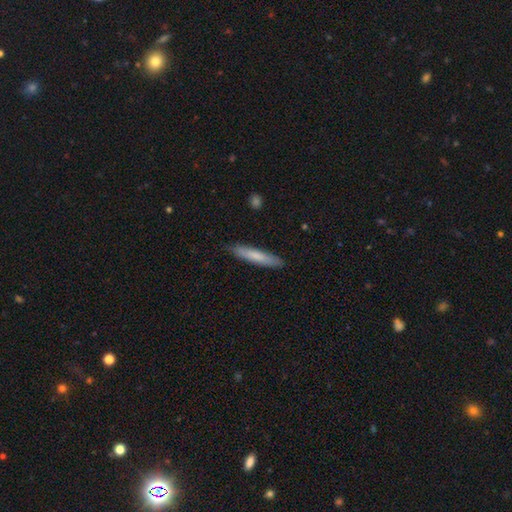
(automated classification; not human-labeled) Smooth or featured? smooth (75%)
How rounded? cigar-shaped (91%)
Merging? none (88%)